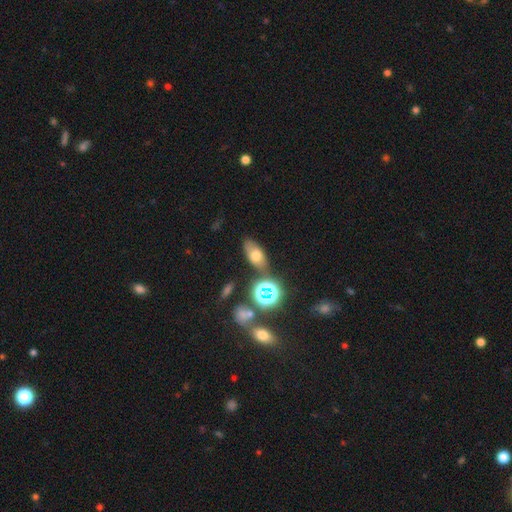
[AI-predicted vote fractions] Smooth or featured?
  - smooth: 62% *
  - featured or disk: 19%
  - star or artifact: 19%
How rounded?
  - in between: 83% *
  - round: 11%
  - cigar-shaped: 6%
Merging?
  - none: 74% *
  - minor disturbance: 14%
  - merger: 7%
  - major disturbance: 5%